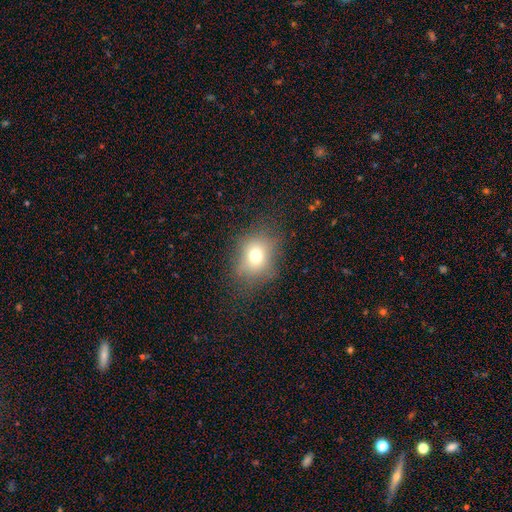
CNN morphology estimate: Smooth or featured: smooth — 69% (star or artifact — 16%)
How rounded: round — 60% (in between — 39%)
Merging: none — 70% (minor disturbance — 18%)